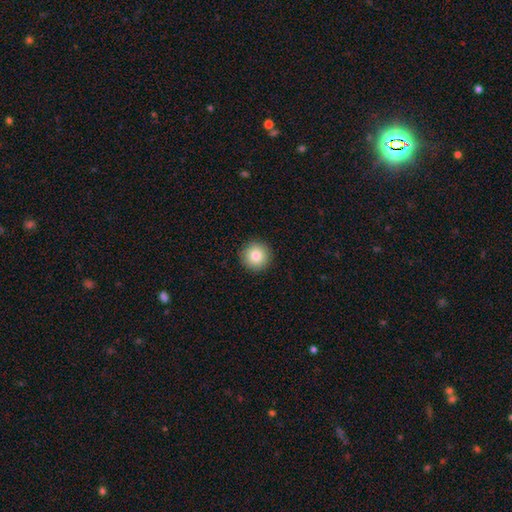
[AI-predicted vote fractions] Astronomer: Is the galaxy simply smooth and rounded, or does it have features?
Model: smooth — 83%.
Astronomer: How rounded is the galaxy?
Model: round — 96%.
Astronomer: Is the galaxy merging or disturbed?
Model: none — 92%.